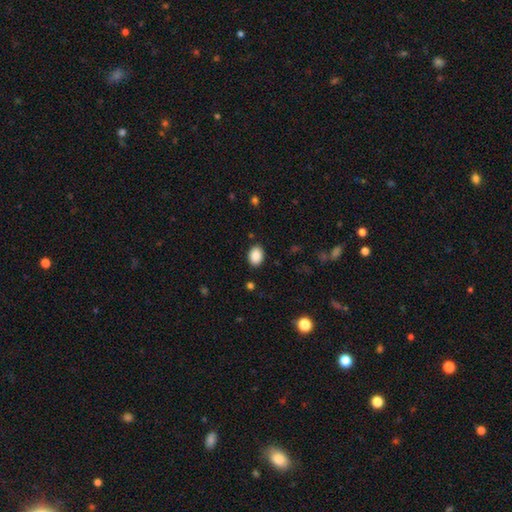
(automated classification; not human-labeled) Smooth or featured: smooth — 89% (star or artifact — 8%)
How rounded: in between — 74% (round — 25%)
Merging: none — 87% (minor disturbance — 9%)